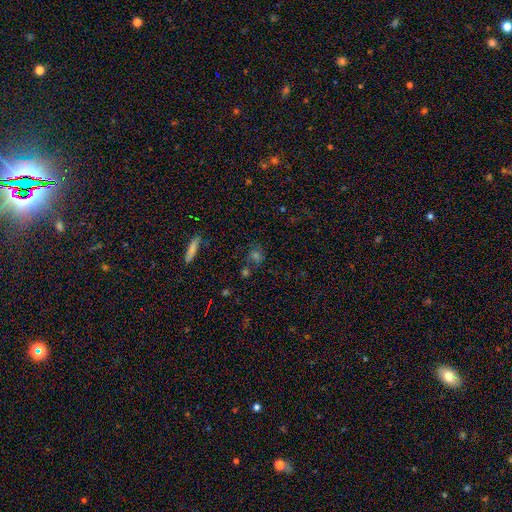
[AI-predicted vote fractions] Smooth or featured? smooth (49%)
Merging? none (66%)